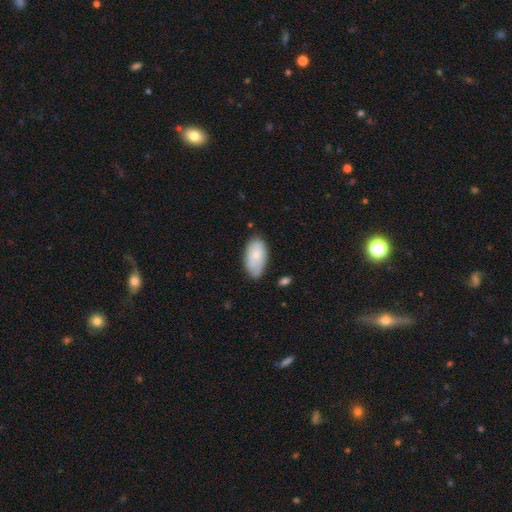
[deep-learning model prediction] A smooth galaxy with no disk features (65%) that is in between round and cigar-shaped (94%).

Vote fractions:
- Smooth or featured? smooth: 65% / featured or disk: 29% / star or artifact: 6%
- How rounded? in between: 94% / round: 4% / cigar-shaped: 2%
- Merging? none: 64% / minor disturbance: 27% / major disturbance: 6% / merger: 3%